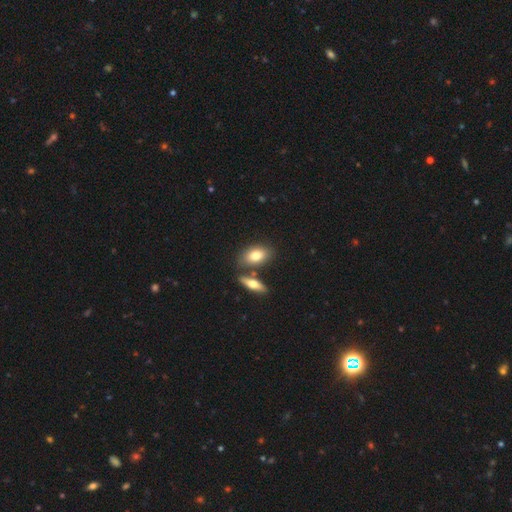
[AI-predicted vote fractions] smooth-or-featured: smooth: 76% | featured or disk: 17% | star or artifact: 6%
  how-rounded: in between: 87% | round: 7% | cigar-shaped: 6%
  merging: none: 62% | merger: 24% | minor disturbance: 11% | major disturbance: 3%